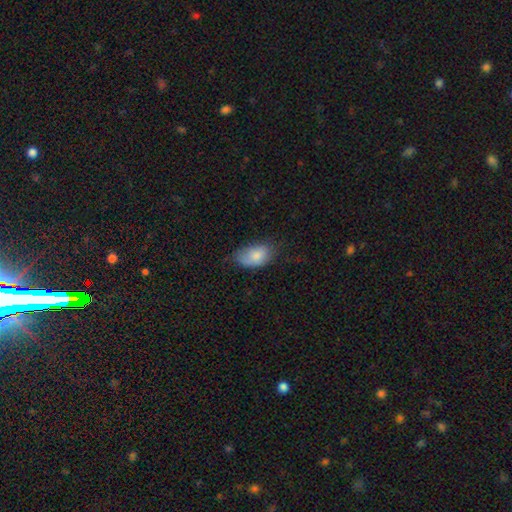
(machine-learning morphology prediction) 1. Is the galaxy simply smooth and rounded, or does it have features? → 82% smooth, 11% featured or disk, 7% star or artifact.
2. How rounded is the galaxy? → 92% in between, 6% round, 2% cigar-shaped.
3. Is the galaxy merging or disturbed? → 51% none, 36% minor disturbance, 11% major disturbance, 2% merger.